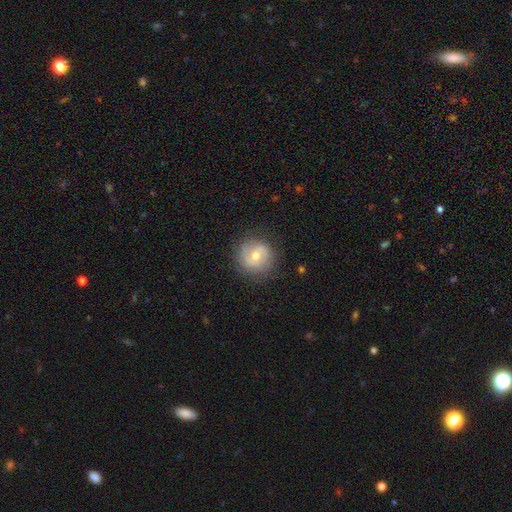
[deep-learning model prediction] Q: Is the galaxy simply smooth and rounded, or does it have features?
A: featured or disk — 52%.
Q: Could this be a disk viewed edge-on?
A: no — 97%.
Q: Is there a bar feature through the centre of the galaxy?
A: no — 53%.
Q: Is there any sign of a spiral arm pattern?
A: yes — 74%.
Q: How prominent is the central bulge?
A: moderate — 62%.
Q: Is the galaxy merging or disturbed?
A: none — 82%.